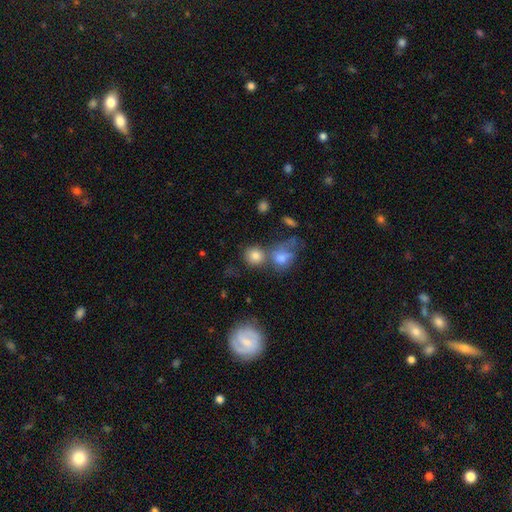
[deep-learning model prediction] smooth_or_featured: smooth (p=0.80) [alt: star or artifact p=0.11]
how_rounded: round (p=0.81) [alt: in between p=0.18]
merging: none (p=0.51) [alt: merger p=0.33]